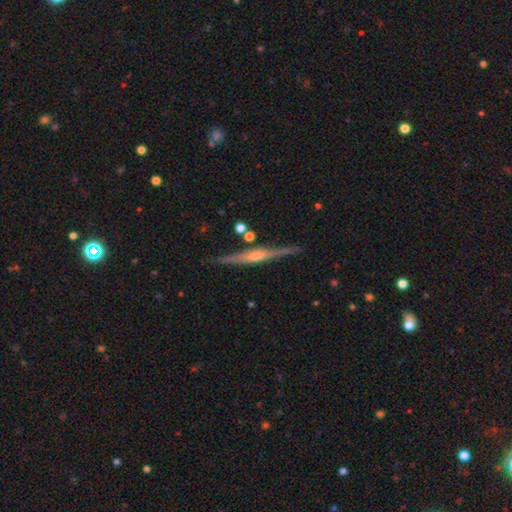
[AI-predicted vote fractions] Smooth or featured?
  - featured or disk: 79% *
  - smooth: 16%
  - star or artifact: 6%
Edge-on disk?
  - yes: 98% *
  - no: 2%
Edge-on bulge?
  - rounded: 57% *
  - boxy: 22%
  - none: 20%
Merging?
  - none: 86% *
  - minor disturbance: 9%
  - merger: 3%
  - major disturbance: 2%